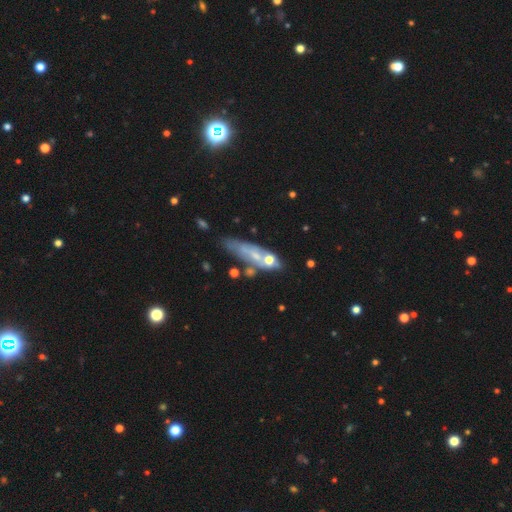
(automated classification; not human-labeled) Overall: featured or disk (48%; smooth 40%). Merging: none (43%; minor disturbance 22%).